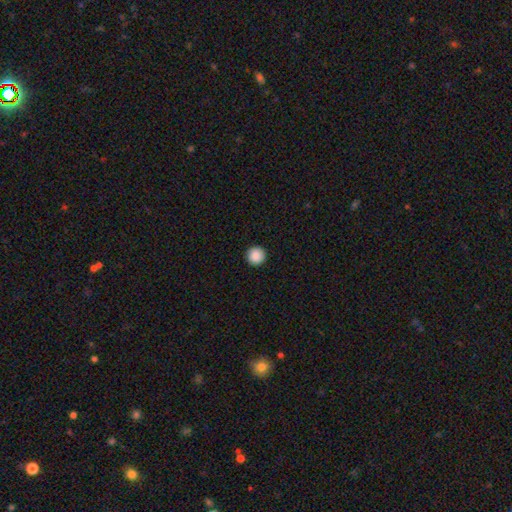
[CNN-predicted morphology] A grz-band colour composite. It shows a smooth galaxy with no disk features (89%) that is round (96%). Merging: none (93%).